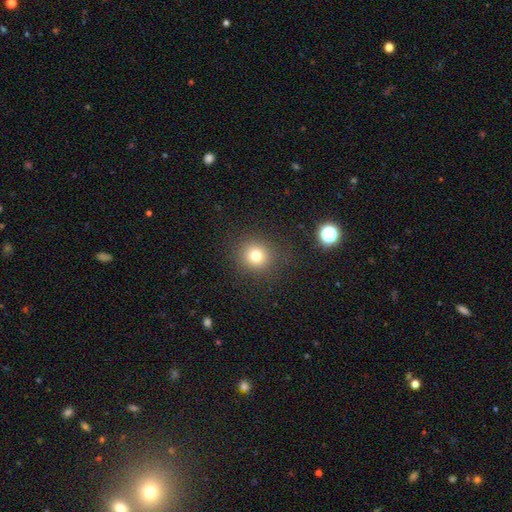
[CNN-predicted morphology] smooth_or_featured: smooth (p=0.77) [alt: star or artifact p=0.15]
how_rounded: round (p=0.90) [alt: in between p=0.09]
merging: none (p=0.87) [alt: minor disturbance p=0.07]